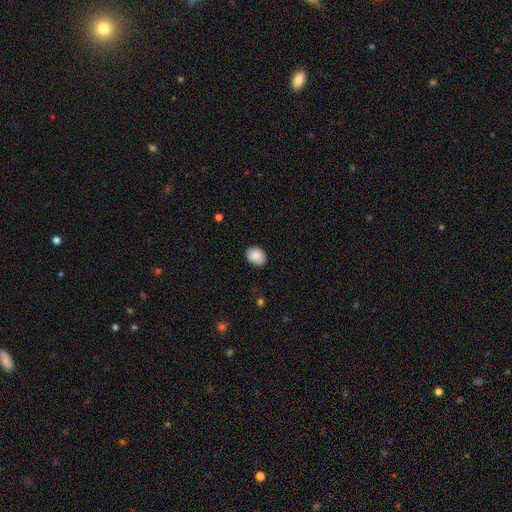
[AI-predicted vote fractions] This is clearly a smooth galaxy (87%). How rounded: possibly in between (57%). Merging: clearly none (86%).